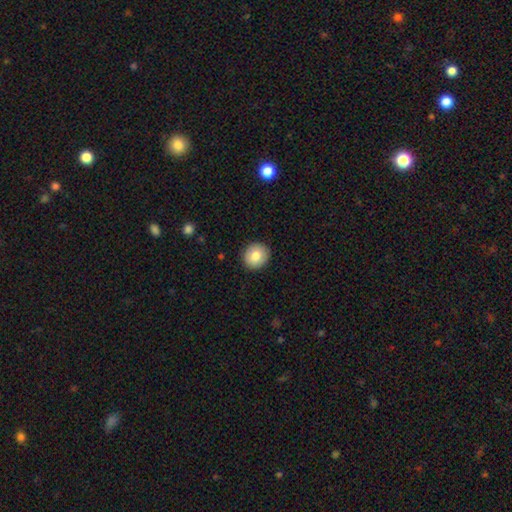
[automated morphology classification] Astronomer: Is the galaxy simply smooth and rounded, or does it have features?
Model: smooth — 80%.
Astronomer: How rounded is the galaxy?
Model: round — 86%.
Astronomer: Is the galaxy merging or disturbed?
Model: none — 91%.